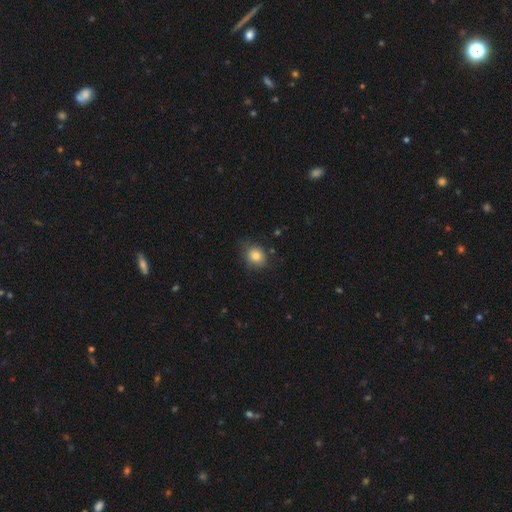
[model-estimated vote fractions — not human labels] smooth_or_featured: smooth (p=0.82) [alt: star or artifact p=0.10]
how_rounded: round (p=0.59) [alt: in between p=0.40]
merging: none (p=0.74) [alt: minor disturbance p=0.20]